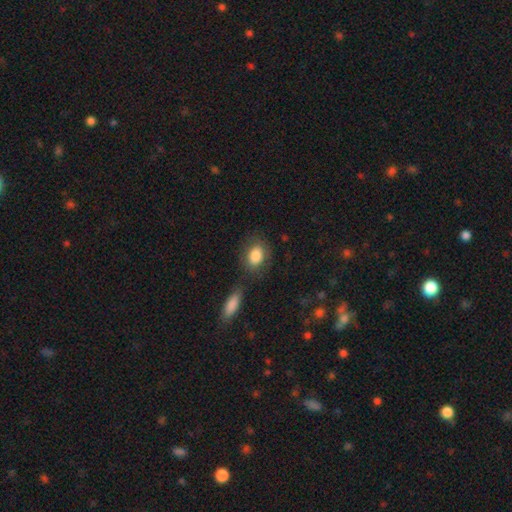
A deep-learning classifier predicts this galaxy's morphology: smooth-or-featured: smooth: 84% | featured or disk: 9% | star or artifact: 7%
  how-rounded: in between: 71% | round: 27% | cigar-shaped: 2%
  merging: none: 67% | minor disturbance: 16% | merger: 11% | major disturbance: 7%